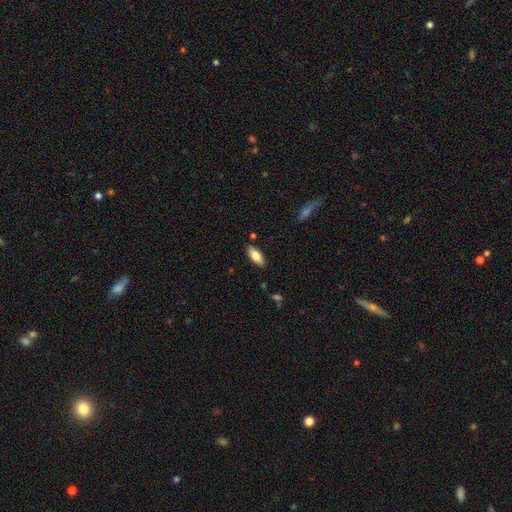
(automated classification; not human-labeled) The model was most divided on "smooth or featured": smooth: 77%, featured or disk: 16%, star or artifact: 6%. More confident: merging — none (87%); how rounded — in between (83%).